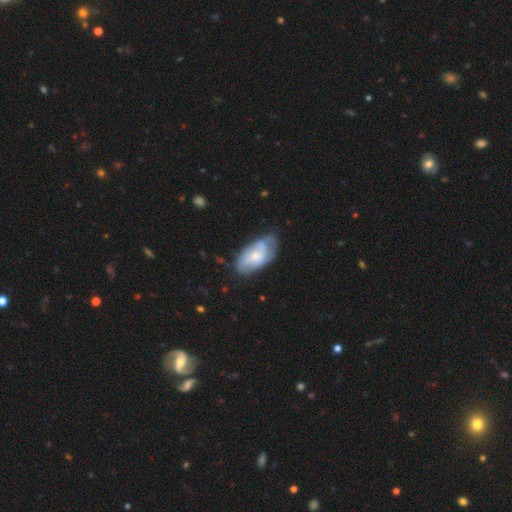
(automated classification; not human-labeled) featured or disk 54%, smooth 41%, star or artifact 6%. Down the decision tree: edge-on disk — no (93%); merging — none (59%).